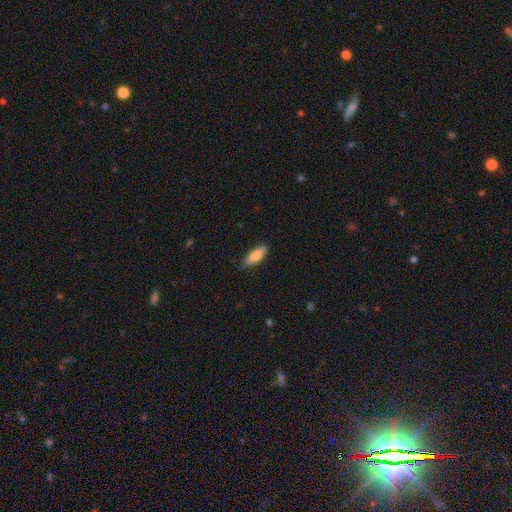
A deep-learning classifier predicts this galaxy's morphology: Smooth or featured? Predicted: smooth (p=0.74). How rounded? Predicted: in between (p=0.52). Merging? Predicted: none (p=0.81).